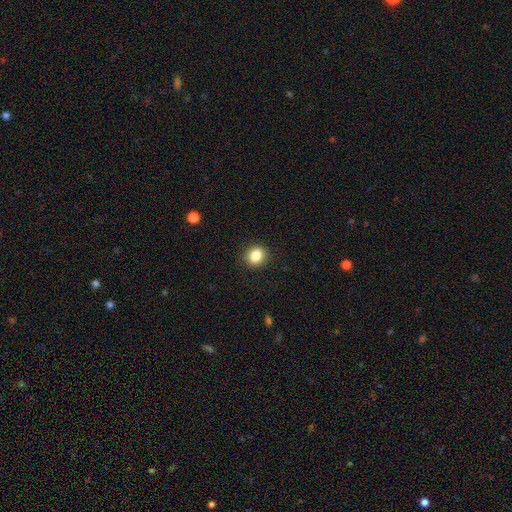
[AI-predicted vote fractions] The model was most divided on "how rounded": round: 72%, in between: 27%, cigar-shaped: 1%. More confident: merging — none (90%); smooth or featured — smooth (85%).